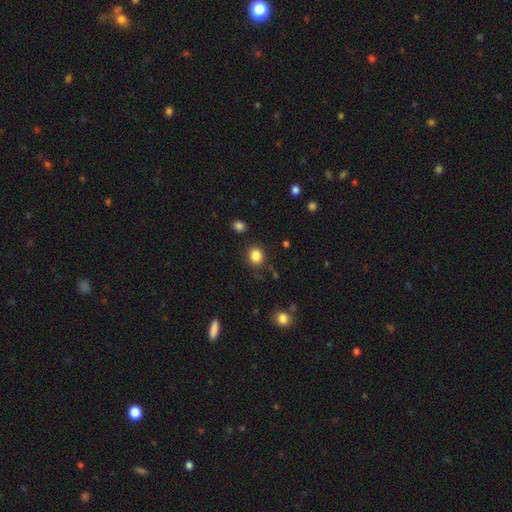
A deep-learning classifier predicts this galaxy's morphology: Q: Smooth or featured?
A: smooth (85%); runner-up: star or artifact (11%)
Q: How rounded?
A: round (69%); runner-up: in between (30%)
Q: Merging?
A: none (85%); runner-up: minor disturbance (10%)